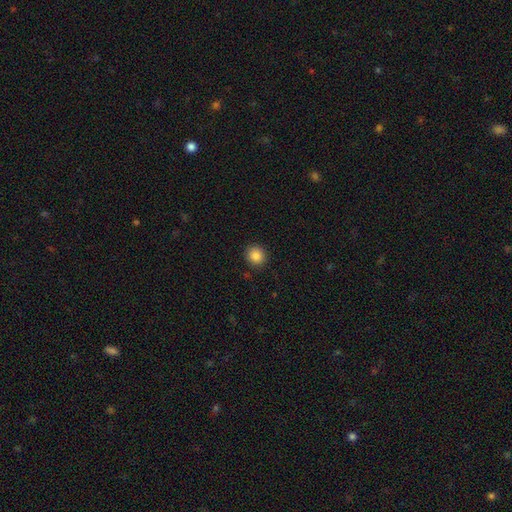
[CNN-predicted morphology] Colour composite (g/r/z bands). It shows a smooth galaxy with no disk features (86%) that is round (90%). Merging: none (91%).